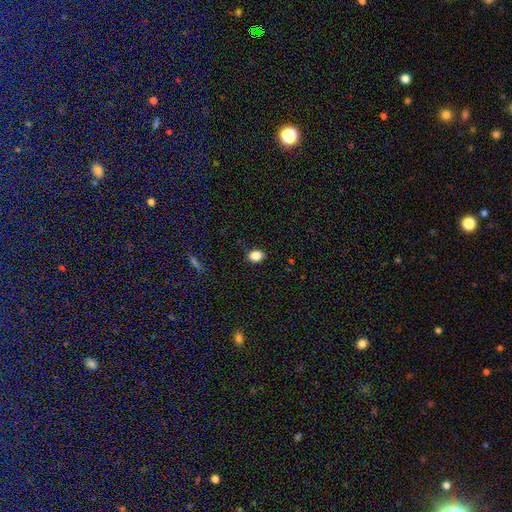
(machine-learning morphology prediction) Q: Smooth or featured?
A: smooth (86%); runner-up: star or artifact (9%)
Q: How rounded?
A: in between (66%); runner-up: round (33%)
Q: Merging?
A: none (88%); runner-up: minor disturbance (9%)